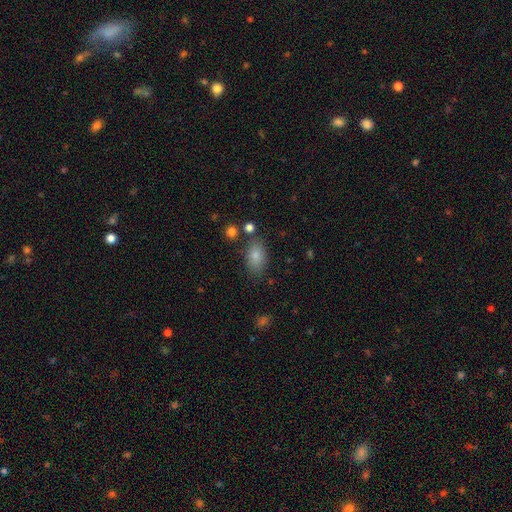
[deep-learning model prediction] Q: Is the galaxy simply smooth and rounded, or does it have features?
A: smooth — 82%.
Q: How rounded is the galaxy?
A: in between — 89%.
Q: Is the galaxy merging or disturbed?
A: none — 76%.